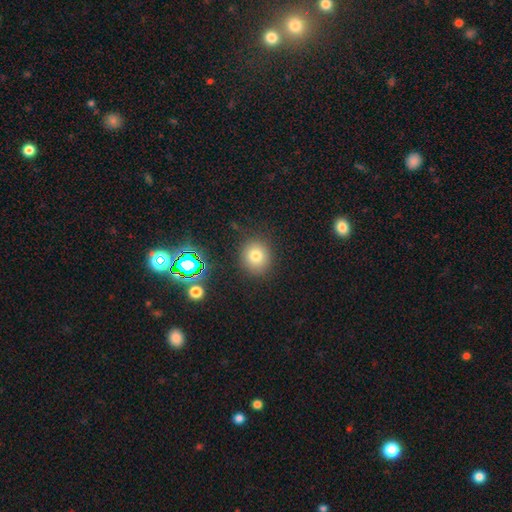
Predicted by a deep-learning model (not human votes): This is likely a smooth galaxy (76%). How rounded: clearly round (84%). Merging: clearly none (86%).